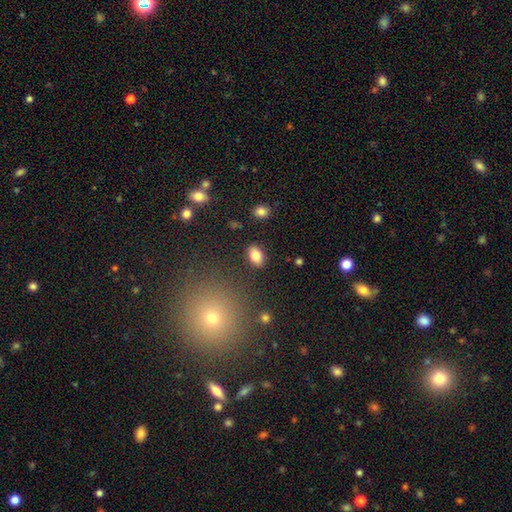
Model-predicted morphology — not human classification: This appears to be a smooth galaxy with no disk features (82%) that is in between round and cigar-shaped (88%). Merging: none (86%).